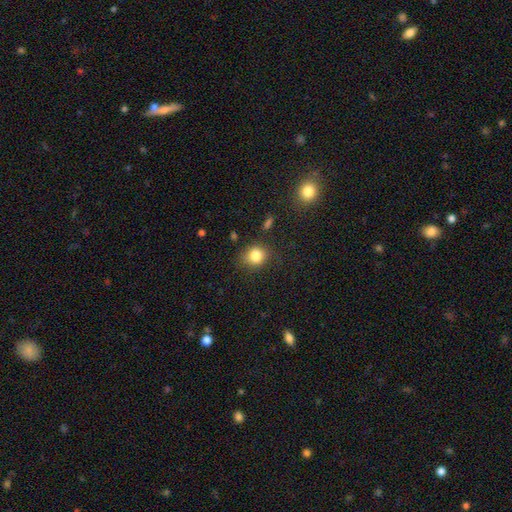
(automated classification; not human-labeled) Smooth or featured?
  - smooth: 83% *
  - star or artifact: 11%
  - featured or disk: 6%
How rounded?
  - round: 72% *
  - in between: 27%
  - cigar-shaped: 1%
Merging?
  - none: 79% *
  - minor disturbance: 15%
  - major disturbance: 4%
  - merger: 2%